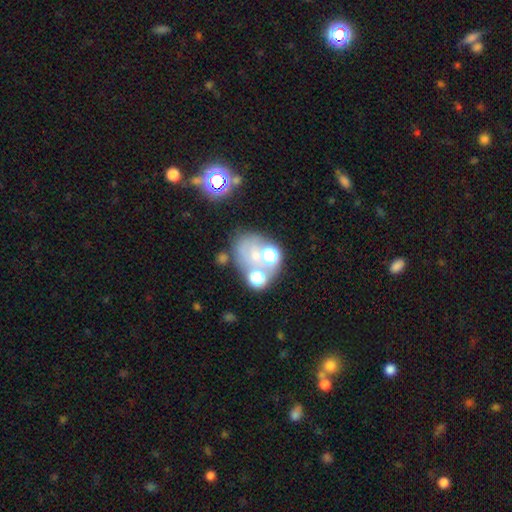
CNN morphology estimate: Smooth or featured: smooth — 40% (featured or disk — 33%)
Merging: none — 39% (merger — 34%)